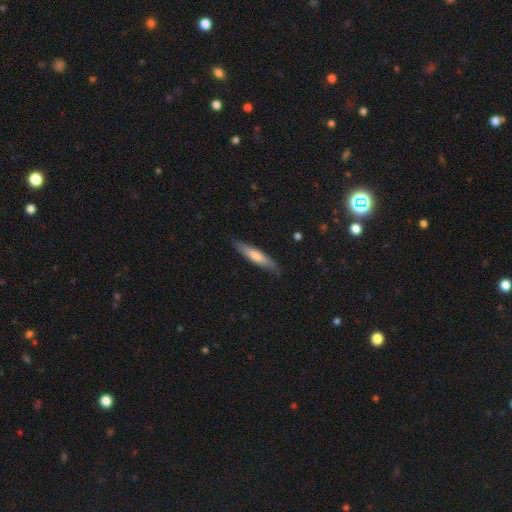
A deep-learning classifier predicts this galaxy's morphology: Smooth or featured: smooth — 58% (featured or disk — 37%)
How rounded: cigar-shaped — 89% (in between — 10%)
Merging: none — 85% (minor disturbance — 12%)